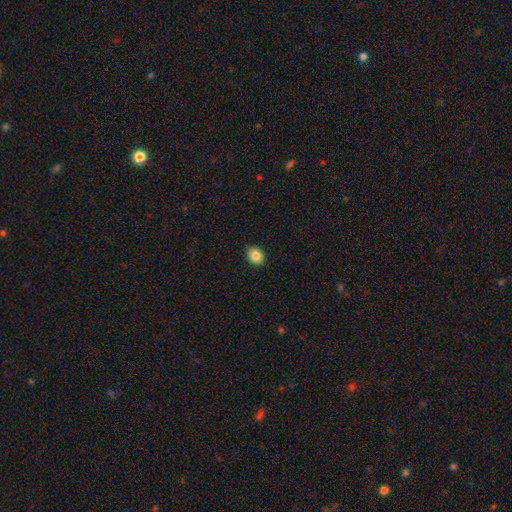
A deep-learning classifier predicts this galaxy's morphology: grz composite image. It shows a smooth galaxy with no disk features (85%) that is round (52%). Merging: none (90%).